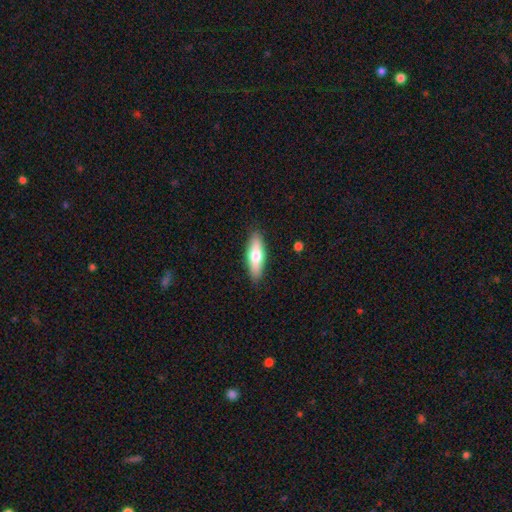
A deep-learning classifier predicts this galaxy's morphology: A smooth galaxy with no disk features (63%) that is cigar-shaped (53%).

Vote fractions:
- Smooth or featured? smooth: 63% / featured or disk: 31% / star or artifact: 6%
- How rounded? cigar-shaped: 53% / in between: 45% / round: 2%
- Merging? none: 88% / minor disturbance: 9% / major disturbance: 2% / merger: 1%